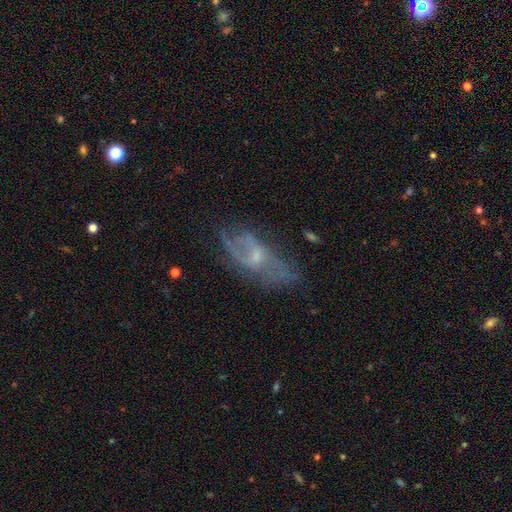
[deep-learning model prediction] Overall: featured or disk (63%; smooth 26%). Edge-on disk: no (89%). Bar: no (59%; weak 35%). Spiral arms: yes (63%; no 37%). Bulge size: small (57%; moderate 26%). Merging: none (51%; minor disturbance 25%).